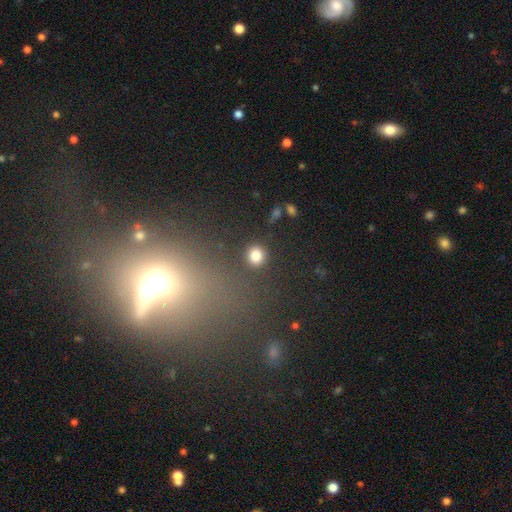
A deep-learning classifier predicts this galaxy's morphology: This appears to be a smooth galaxy with no disk features (83%) that is round (87%). Merging: none (88%).